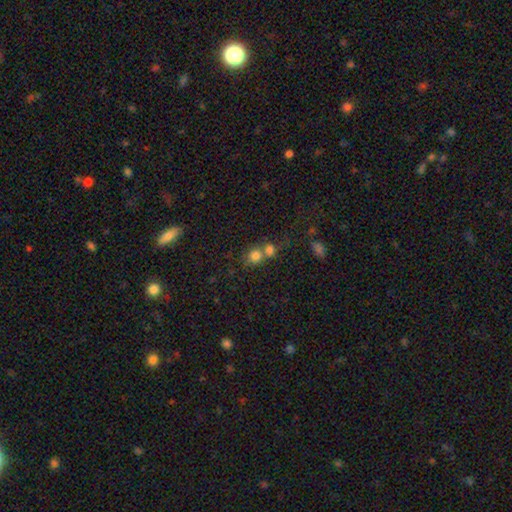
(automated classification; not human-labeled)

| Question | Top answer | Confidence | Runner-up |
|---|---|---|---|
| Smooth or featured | smooth | 78% | star or artifact (13%) |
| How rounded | round | 81% | in between (18%) |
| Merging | merger | 52% | none (38%) |